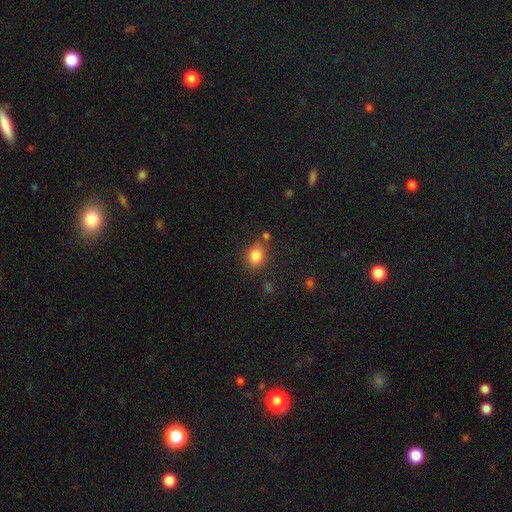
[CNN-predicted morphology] smooth_or_featured: smooth (p=0.84) [alt: star or artifact p=0.10]
how_rounded: round (p=0.66) [alt: in between p=0.33]
merging: none (p=0.73) [alt: minor disturbance p=0.15]